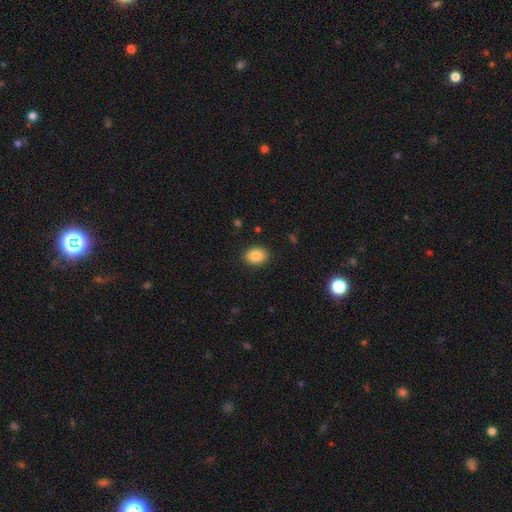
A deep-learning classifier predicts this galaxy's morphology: The model was most divided on "how rounded": in between: 68%, round: 31%, cigar-shaped: 1%. More confident: merging — none (89%); smooth or featured — smooth (86%).